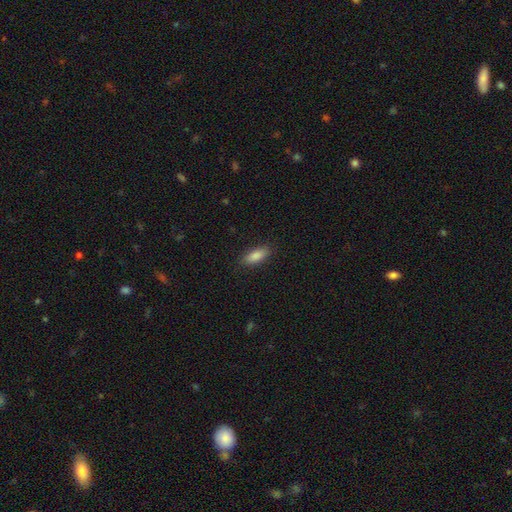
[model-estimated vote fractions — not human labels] smooth-or-featured: smooth: 86% | featured or disk: 7% | star or artifact: 7%
  how-rounded: in between: 72% | cigar-shaped: 26% | round: 2%
  merging: none: 87% | minor disturbance: 9% | major disturbance: 2% | merger: 1%